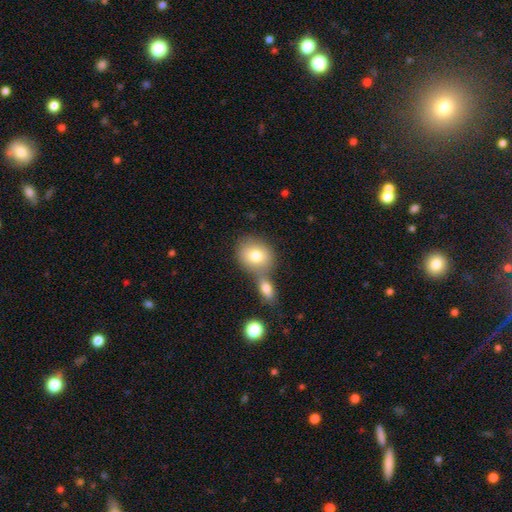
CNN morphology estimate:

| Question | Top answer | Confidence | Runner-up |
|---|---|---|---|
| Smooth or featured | smooth | 78% | featured or disk (13%) |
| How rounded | round | 58% | in between (41%) |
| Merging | none | 48% | merger (38%) |